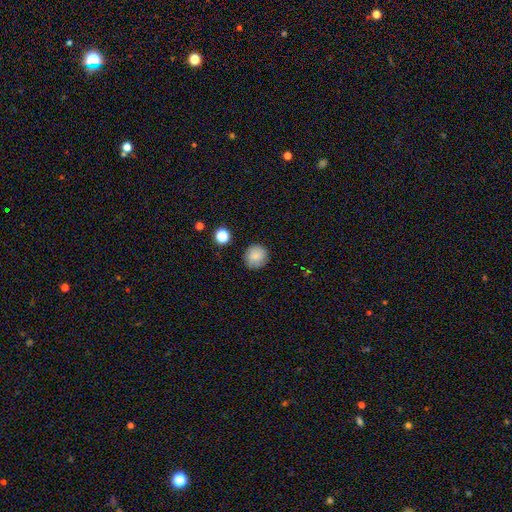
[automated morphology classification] This appears to be a smooth galaxy with no disk features (84%) that is round (91%). Merging: none (86%).